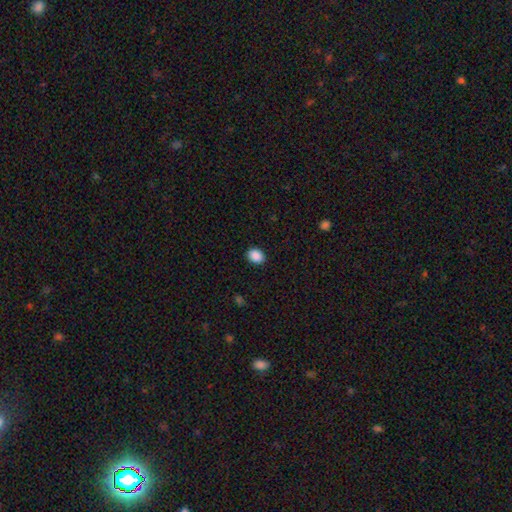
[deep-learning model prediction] Smooth or featured?
  - smooth: 89% *
  - star or artifact: 8%
  - featured or disk: 2%
How rounded?
  - in between: 60% *
  - round: 39%
  - cigar-shaped: 1%
Merging?
  - none: 90% *
  - minor disturbance: 7%
  - major disturbance: 2%
  - merger: 1%